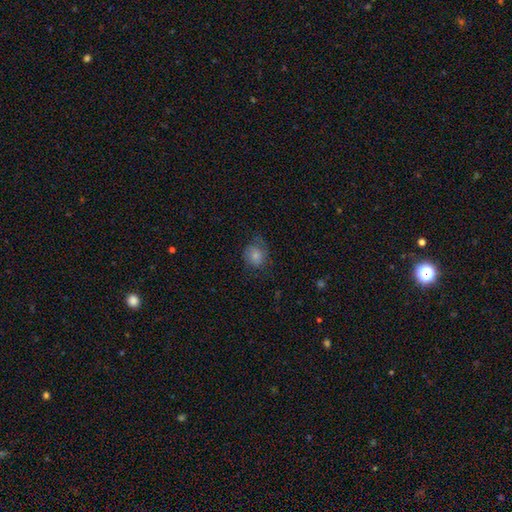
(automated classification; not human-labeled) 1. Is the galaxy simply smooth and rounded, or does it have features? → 77% smooth, 14% featured or disk, 10% star or artifact.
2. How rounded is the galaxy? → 66% round, 33% in between, 1% cigar-shaped.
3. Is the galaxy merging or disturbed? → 60% none, 26% minor disturbance, 14% major disturbance, 1% merger.